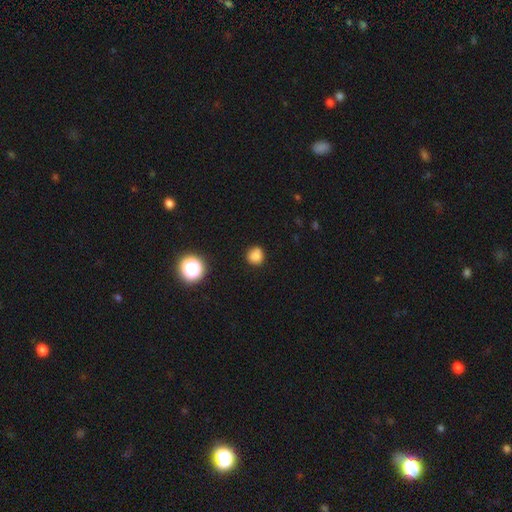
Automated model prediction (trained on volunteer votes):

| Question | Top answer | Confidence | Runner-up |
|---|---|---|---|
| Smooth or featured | smooth | 80% | star or artifact (14%) |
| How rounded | round | 87% | in between (12%) |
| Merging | none | 82% | minor disturbance (13%) |